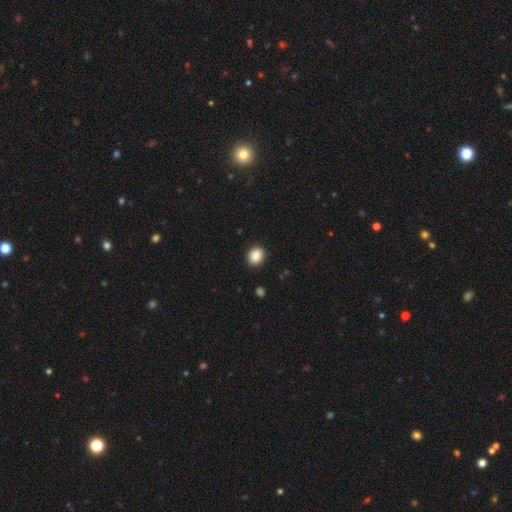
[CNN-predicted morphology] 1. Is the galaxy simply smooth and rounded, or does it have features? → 88% smooth, 9% star or artifact, 3% featured or disk.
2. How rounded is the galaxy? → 59% round, 40% in between, 1% cigar-shaped.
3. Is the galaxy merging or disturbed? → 90% none, 7% minor disturbance, 2% major disturbance, 1% merger.